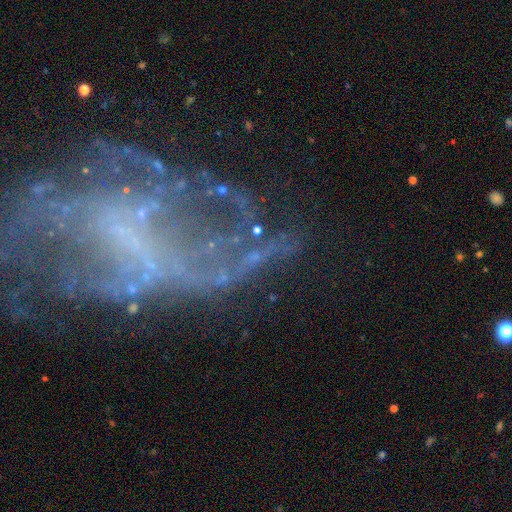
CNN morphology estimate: Q: Smooth or featured?
A: featured or disk (52%); runner-up: star or artifact (34%)
Q: Edge-on disk?
A: no (88%); runner-up: yes (12%)
Q: Merging?
A: none (52%); runner-up: major disturbance (25%)